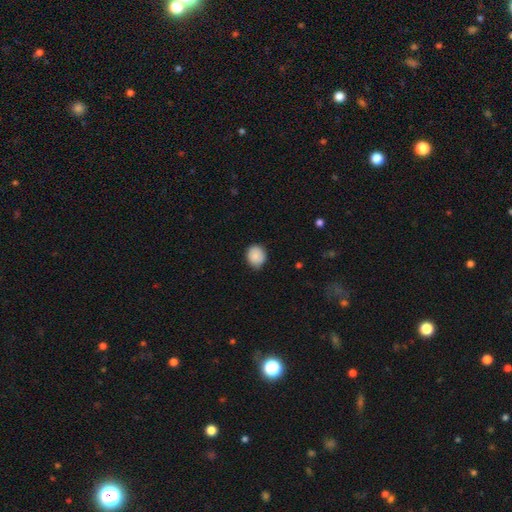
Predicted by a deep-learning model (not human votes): Smooth or featured: smooth — 86% (star or artifact — 8%)
How rounded: round — 71% (in between — 28%)
Merging: none — 78% (minor disturbance — 18%)